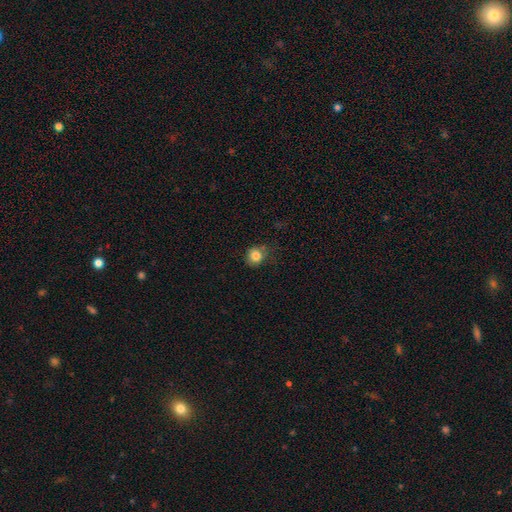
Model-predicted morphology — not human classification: Overall: smooth (83%). How rounded: round (80%). Merging: none (69%).